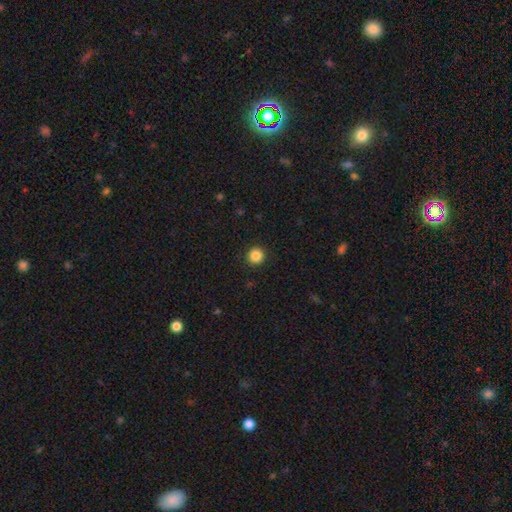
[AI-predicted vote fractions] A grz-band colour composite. It shows a smooth galaxy with no disk features (86%) that is round (95%). Merging: none (92%).